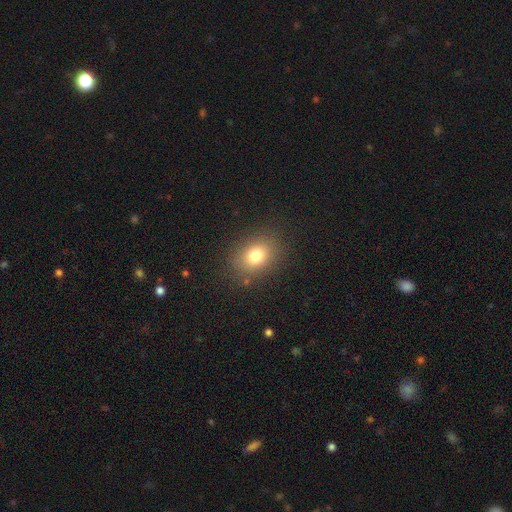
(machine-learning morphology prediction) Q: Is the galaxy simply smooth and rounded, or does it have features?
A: smooth — 77%.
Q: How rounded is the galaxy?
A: in between — 57%.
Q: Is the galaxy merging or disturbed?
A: none — 85%.